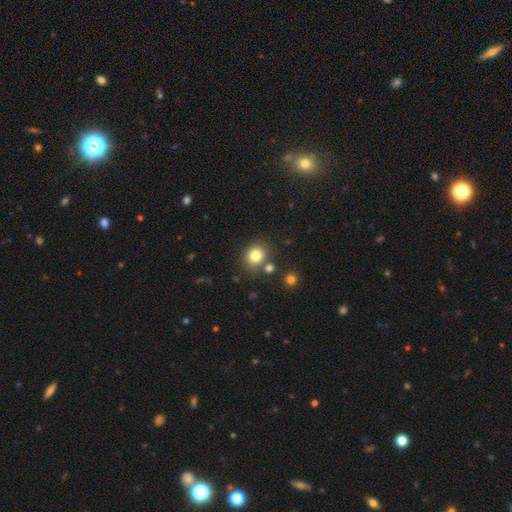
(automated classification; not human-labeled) Smooth or featured?
  - smooth: 81% *
  - star or artifact: 12%
  - featured or disk: 7%
How rounded?
  - round: 74% *
  - in between: 25%
  - cigar-shaped: 1%
Merging?
  - none: 75% *
  - merger: 11%
  - minor disturbance: 10%
  - major disturbance: 4%